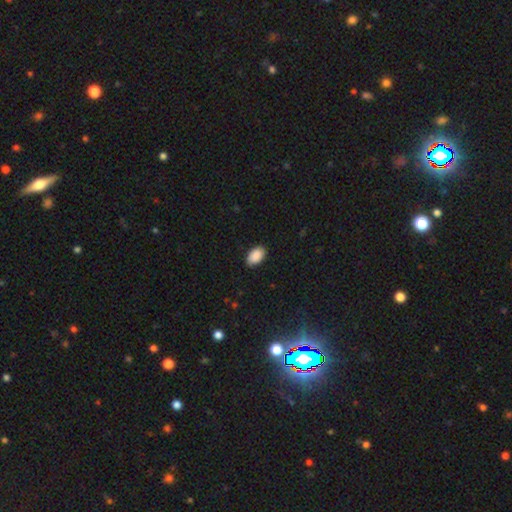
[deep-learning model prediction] Smooth or featured? smooth (90%)
How rounded? in between (93%)
Merging? none (87%)